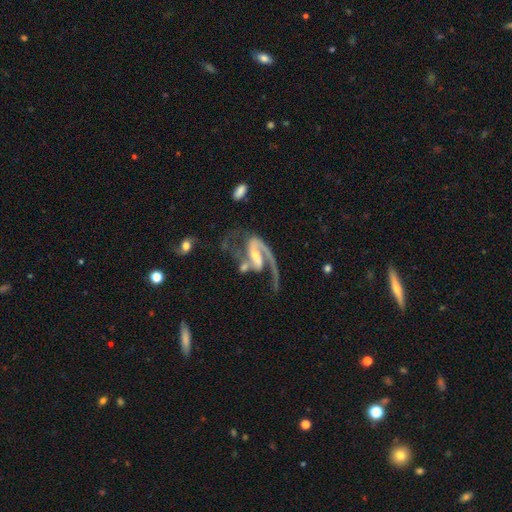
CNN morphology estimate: A featured or disk galaxy (90%) with a strong bar (44%), 2 (64%) medium (44%) spiral arms (95%) and a moderate central bulge (44%).

Vote fractions:
- Smooth or featured? featured or disk: 90% / smooth: 6% / star or artifact: 5%
- Edge-on disk? no: 97% / yes: 3%
- Bar? strong: 44% / weak: 38% / no: 18%
- Spiral arms? yes: 95% / no: 5%
- Spiral winding? medium: 44% / loose: 43% / tight: 13%
- Spiral arm count? 2: 64% / 1: 31% / can't tell: 2% / 3: 1% / 4: 1% / more than 4: 1%
- Bulge size? moderate: 44% / small: 39% / none: 9% / large: 7% / dominant: 2%
- Merging? none: 35% / major disturbance: 33% / merger: 17% / minor disturbance: 14%